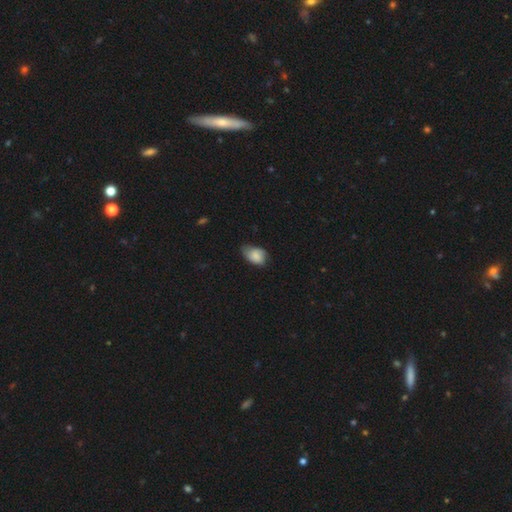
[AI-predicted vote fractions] Overall: smooth (75%). How rounded: in between (83%). Merging: none (46%; minor disturbance 42%).